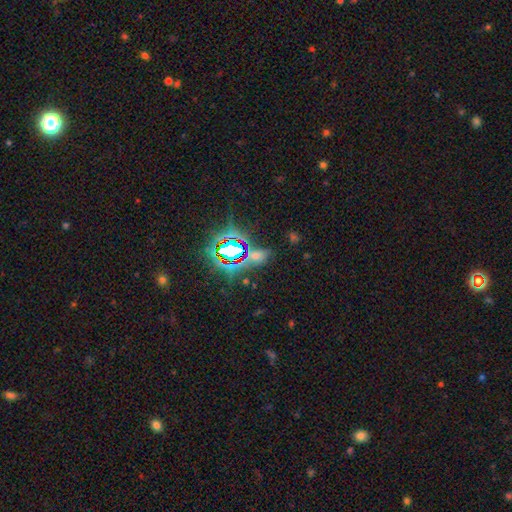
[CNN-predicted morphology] Q: Smooth or featured?
A: star or artifact (60%); runner-up: smooth (30%)